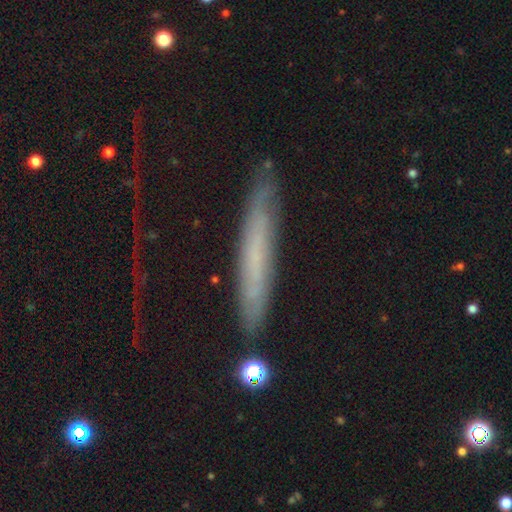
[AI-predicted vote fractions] This appears to be a featured or disk galaxy (46%, tied with smooth). Merging: none (80%).